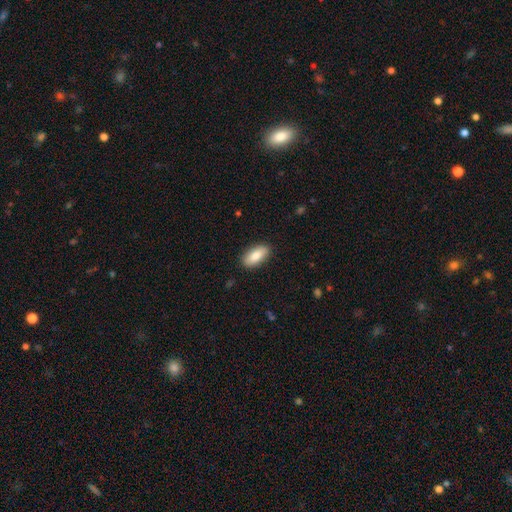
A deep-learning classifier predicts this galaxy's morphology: This is clearly a smooth galaxy (84%). How rounded: clearly in between (88%). Merging: clearly none (88%).